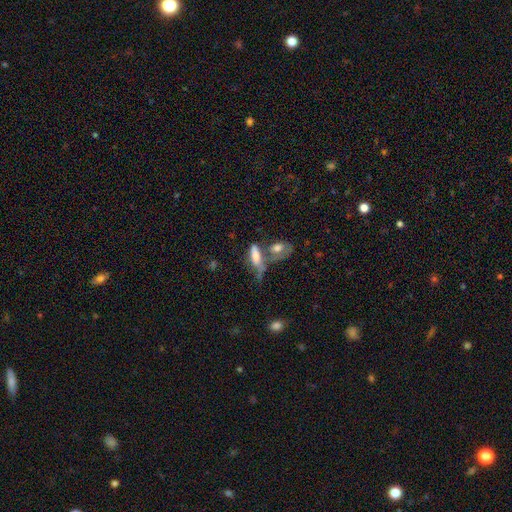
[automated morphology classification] This is possibly a smooth galaxy (60%). How rounded: possibly in between (57%). Merging: possibly merger (45%).